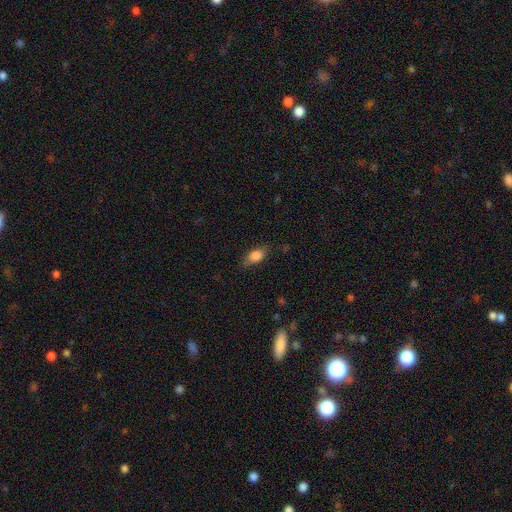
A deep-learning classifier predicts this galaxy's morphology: smooth 82%, featured or disk 10%, star or artifact 8%. Down the decision tree: how rounded — in between (85%); merging — none (79%).